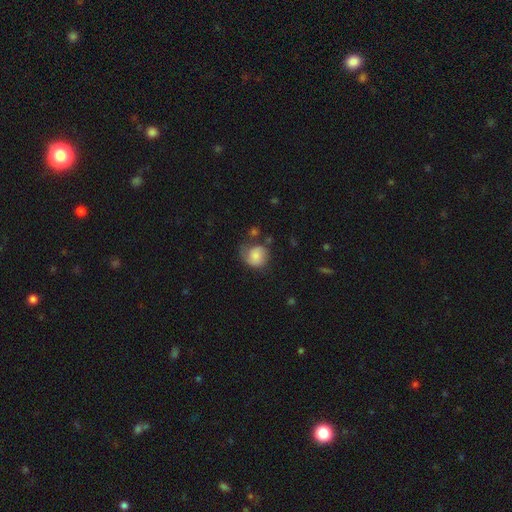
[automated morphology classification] smooth_or_featured: smooth (p=0.66) [alt: featured or disk p=0.26]
how_rounded: round (p=0.74) [alt: in between p=0.26]
merging: none (p=0.45) [alt: minor disturbance p=0.30]